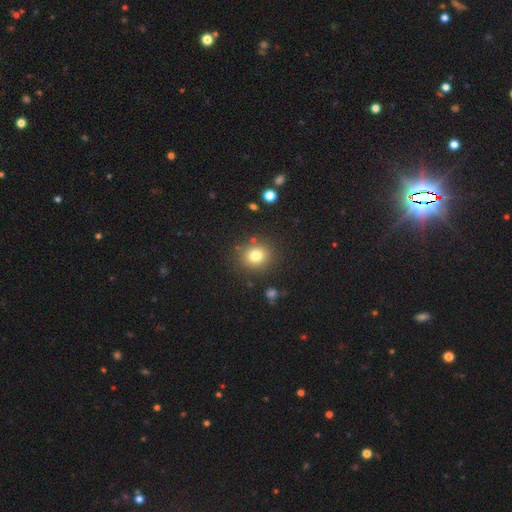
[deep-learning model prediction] The model was most divided on "how rounded": round: 81%, in between: 18%, cigar-shaped: 1%. More confident: merging — none (86%); smooth or featured — smooth (79%).